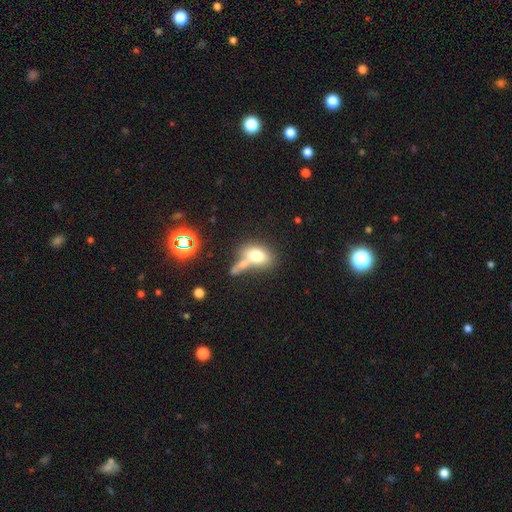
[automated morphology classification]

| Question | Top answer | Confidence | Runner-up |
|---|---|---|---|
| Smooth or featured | smooth | 73% | featured or disk (16%) |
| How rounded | in between | 80% | round (15%) |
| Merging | merger | 44% | none (34%) |